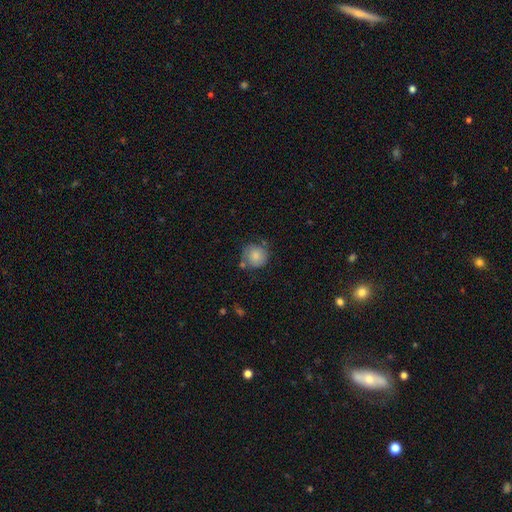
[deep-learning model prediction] Smooth or featured? smooth (77%)
How rounded? round (89%)
Merging? none (63%)